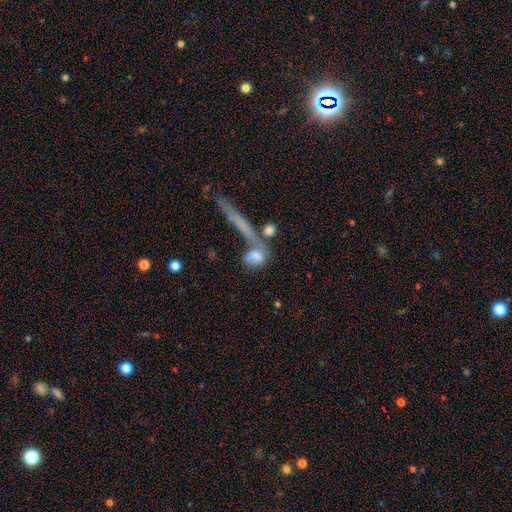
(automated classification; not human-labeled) The model was most divided on "how rounded": in between: 40%, round: 35%, cigar-shaped: 25%. Remaining: smooth or featured — smooth (65%); merging — none (42%).